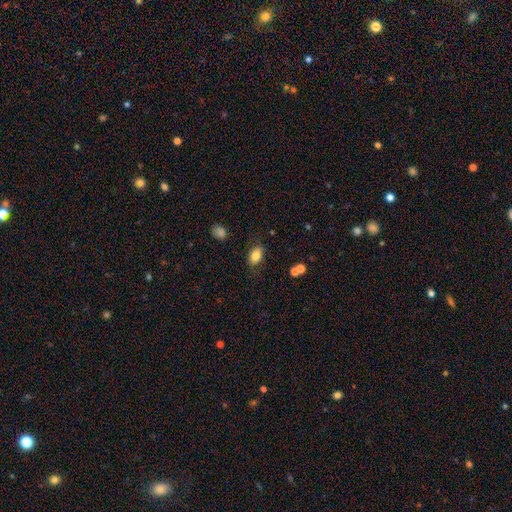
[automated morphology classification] The model was most divided on "merging": none: 78%, minor disturbance: 15%, major disturbance: 5%, merger: 2%. More confident: how rounded — in between (88%); smooth or featured — smooth (80%).